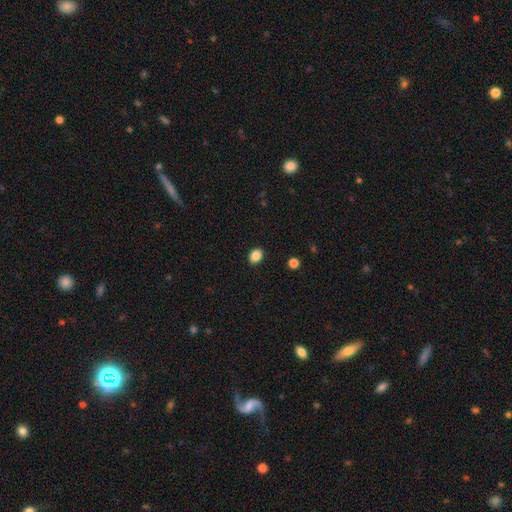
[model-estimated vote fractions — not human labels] Morphology: type=smooth (86%); roundness=in between (63%); merging=none (90%).